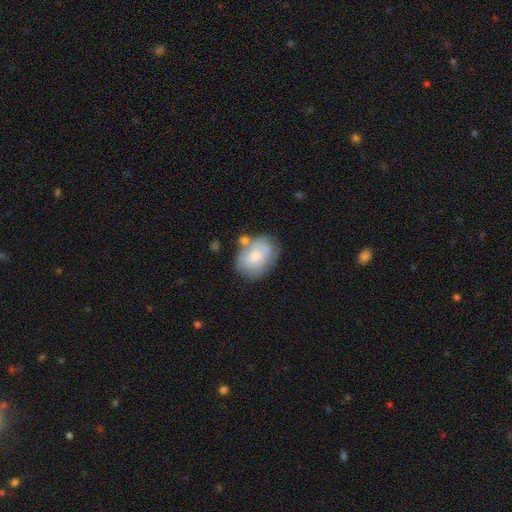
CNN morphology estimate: The model was most divided on "merging": none: 52%, minor disturbance: 24%, merger: 15%, major disturbance: 8%. More confident: how rounded — in between (71%); smooth or featured — smooth (66%).